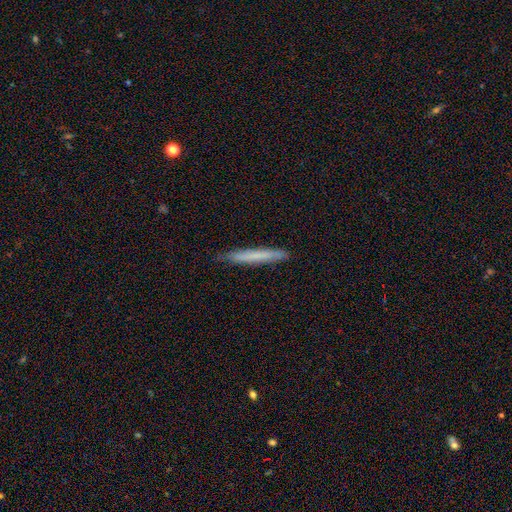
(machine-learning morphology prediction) smooth 67%, featured or disk 27%, star or artifact 6%. Down the decision tree: how rounded — cigar-shaped (96%); merging — none (87%).